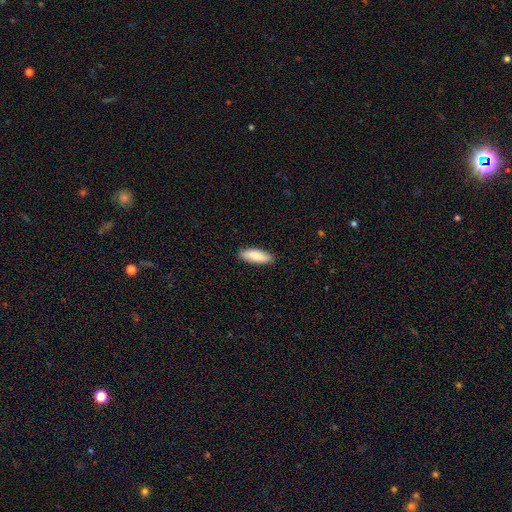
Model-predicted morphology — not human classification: smooth-or-featured: smooth: 83% | featured or disk: 11% | star or artifact: 5%
  how-rounded: in between: 66% | cigar-shaped: 32% | round: 2%
  merging: none: 89% | minor disturbance: 8% | major disturbance: 2% | merger: 1%